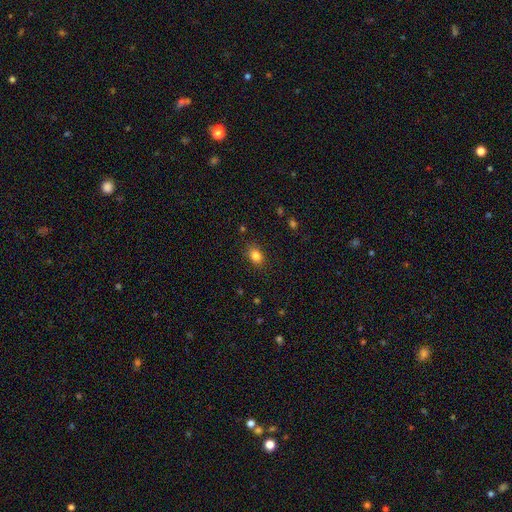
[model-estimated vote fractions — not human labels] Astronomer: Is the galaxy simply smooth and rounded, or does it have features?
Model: smooth — 83%.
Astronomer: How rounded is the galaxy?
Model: in between — 66%.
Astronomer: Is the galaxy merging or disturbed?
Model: none — 85%.